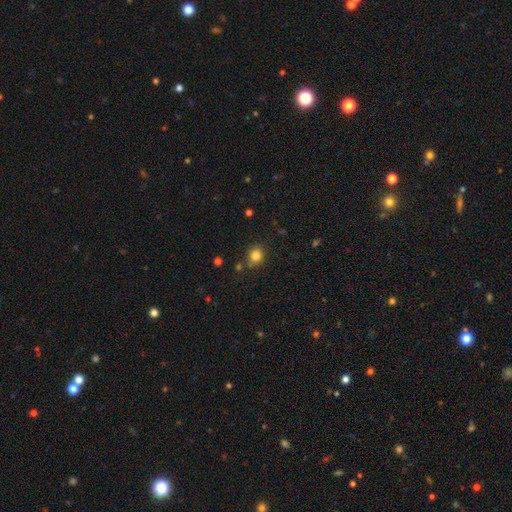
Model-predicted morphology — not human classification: The model was most divided on "how rounded": round: 74%, in between: 26%, cigar-shaped: 1%. More confident: smooth or featured — smooth (82%); merging — none (78%).